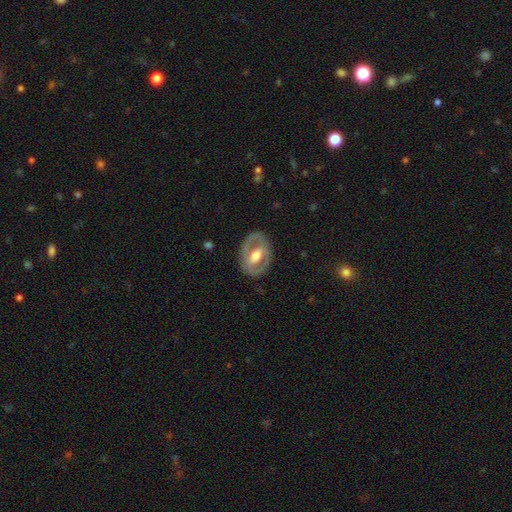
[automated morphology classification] smooth-or-featured: featured or disk: 69% | smooth: 26% | star or artifact: 5%
  disk-edge-on: no: 94% | yes: 6%
    bar: weak: 37% | strong: 33% | no: 30%
    has-spiral-arms: no: 61% | yes: 39%
    bulge-size: moderate: 69% | large: 17% | small: 12% | none: 1% | dominant: 1%
  merging: none: 80% | minor disturbance: 13% | major disturbance: 5% | merger: 1%